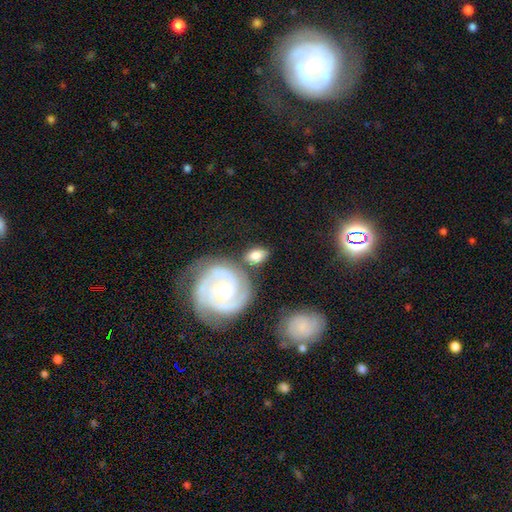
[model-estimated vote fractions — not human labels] Smooth or featured? smooth (55%)
How rounded? in between (83%)
Merging? none (63%)